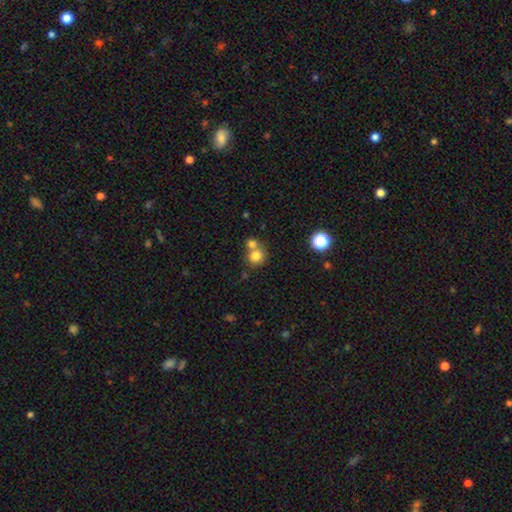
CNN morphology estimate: type=smooth (77%); roundness=round (86%); merging=none (47%).